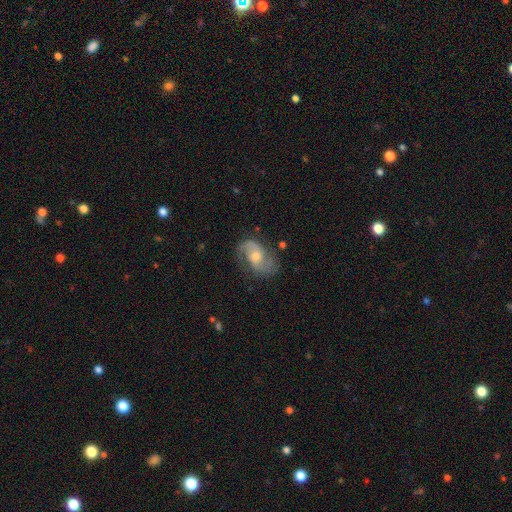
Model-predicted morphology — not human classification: This is clearly a featured or disk galaxy (83%). It is clearly not viewed edge-on (97%). Bar: possibly no (52%). Spiral arm pattern: clearly yes (96%). Spiral arm count: clearly 2 (88%). Spiral winding: possibly medium (46%). Central bulge: possibly moderate (54%). Merging: likely none (71%).